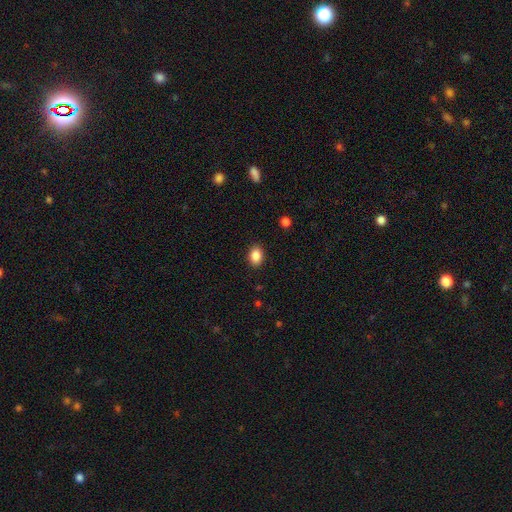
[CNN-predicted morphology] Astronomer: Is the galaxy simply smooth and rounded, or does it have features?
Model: smooth — 87%.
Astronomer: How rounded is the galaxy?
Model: in between — 74%.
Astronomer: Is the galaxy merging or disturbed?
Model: none — 89%.